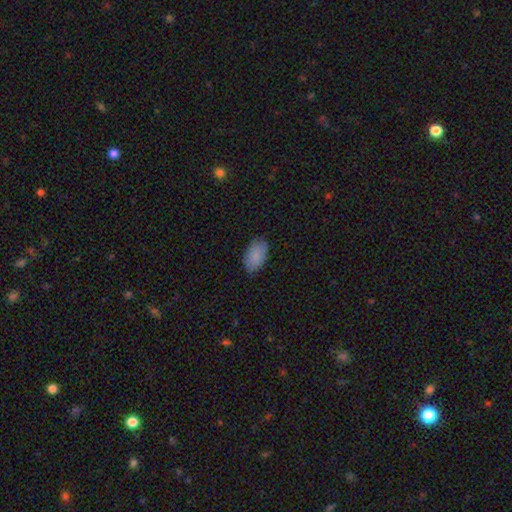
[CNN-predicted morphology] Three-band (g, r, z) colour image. It shows a smooth galaxy with no disk features (84%) that is in between round and cigar-shaped (94%). Merging: none (80%).